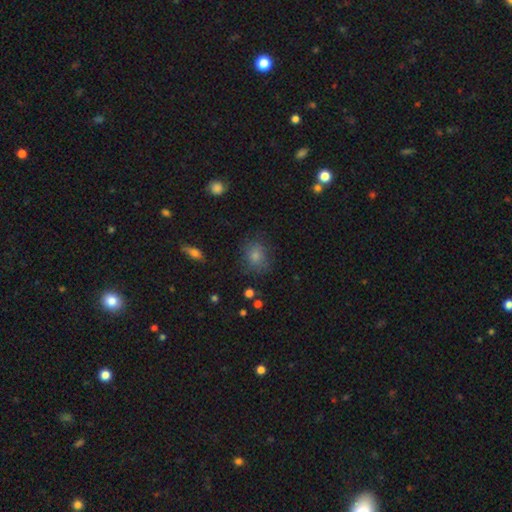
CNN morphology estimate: smooth-or-featured: smooth: 78% | star or artifact: 11% | featured or disk: 11%
  how-rounded: round: 59% | in between: 40% | cigar-shaped: 1%
  merging: none: 73% | minor disturbance: 18% | major disturbance: 7% | merger: 2%